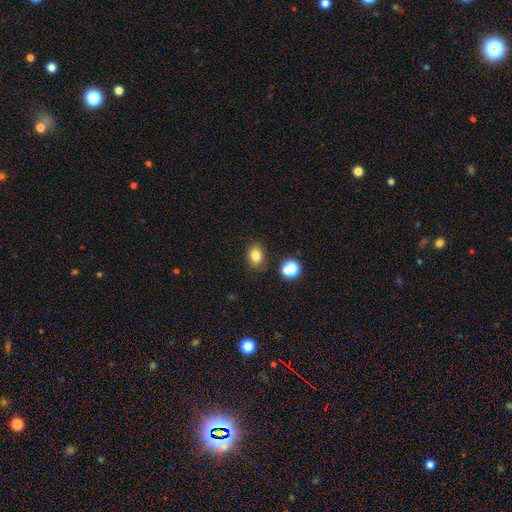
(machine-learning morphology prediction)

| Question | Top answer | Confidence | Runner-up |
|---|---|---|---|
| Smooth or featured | smooth | 81% | star or artifact (12%) |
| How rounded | in between | 63% | round (35%) |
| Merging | none | 83% | minor disturbance (10%) |